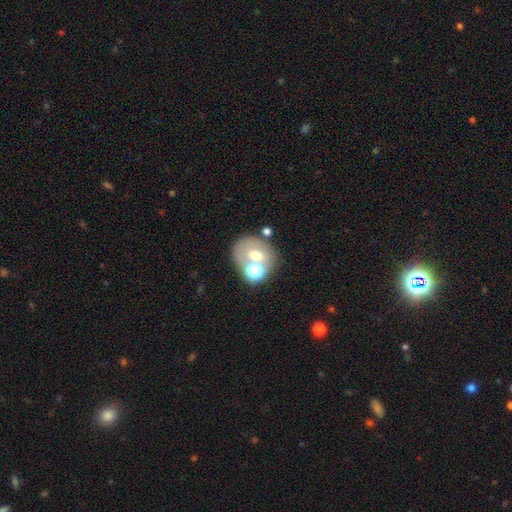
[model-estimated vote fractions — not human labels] Smooth or featured? smooth (56%)
How rounded? round (60%)
Merging? none (50%)